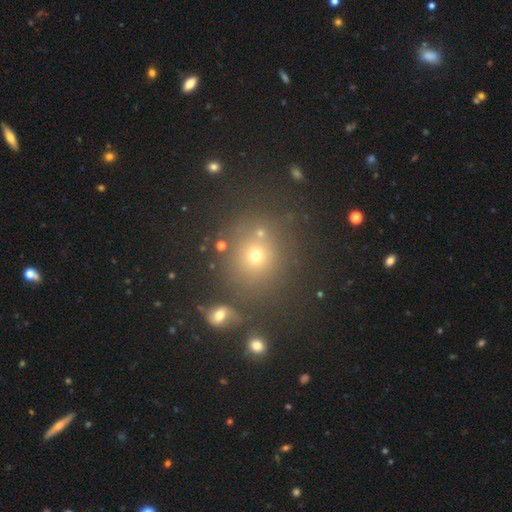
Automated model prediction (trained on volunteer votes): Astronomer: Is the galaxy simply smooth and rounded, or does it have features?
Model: smooth — 58%.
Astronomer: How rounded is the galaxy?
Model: round — 88%.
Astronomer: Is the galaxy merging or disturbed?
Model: none — 77%.